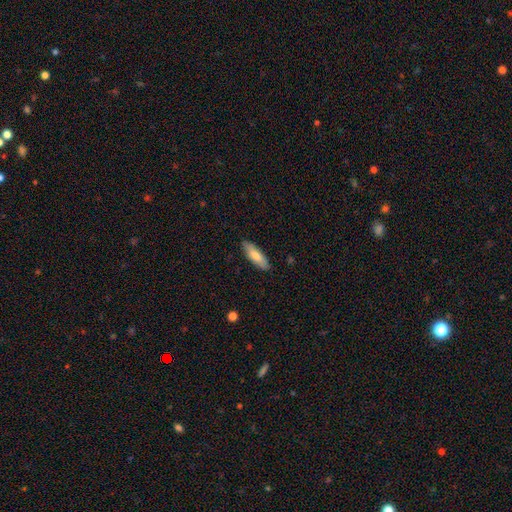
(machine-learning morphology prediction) smooth-or-featured: smooth: 73% | featured or disk: 21% | star or artifact: 6%
  how-rounded: in between: 50% | cigar-shaped: 48% | round: 2%
  merging: none: 88% | minor disturbance: 10% | major disturbance: 2% | merger: 1%